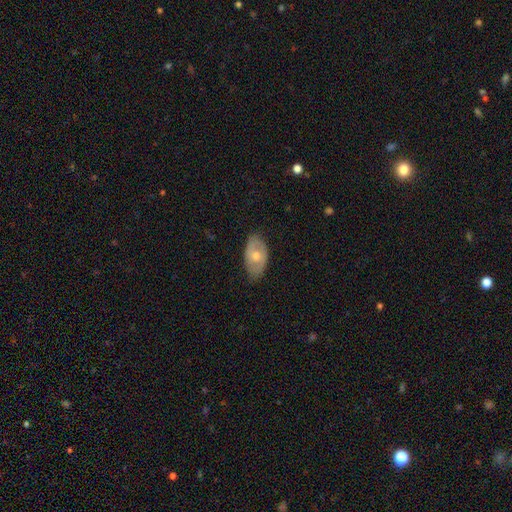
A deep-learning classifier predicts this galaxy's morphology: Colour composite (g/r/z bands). It shows a featured or disk galaxy (47%). Merging: none (78%).